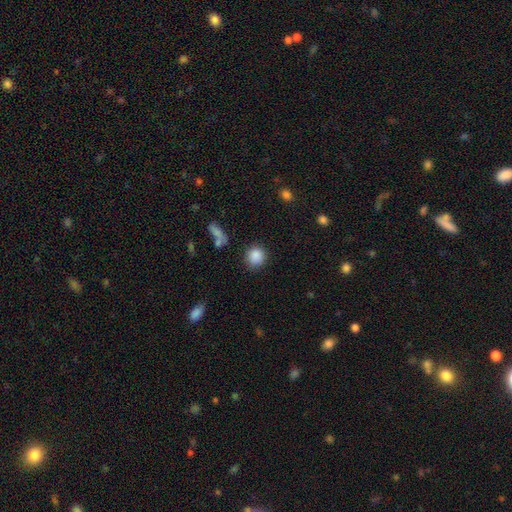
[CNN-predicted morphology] Smooth or featured? smooth (87%)
How rounded? round (87%)
Merging? none (84%)